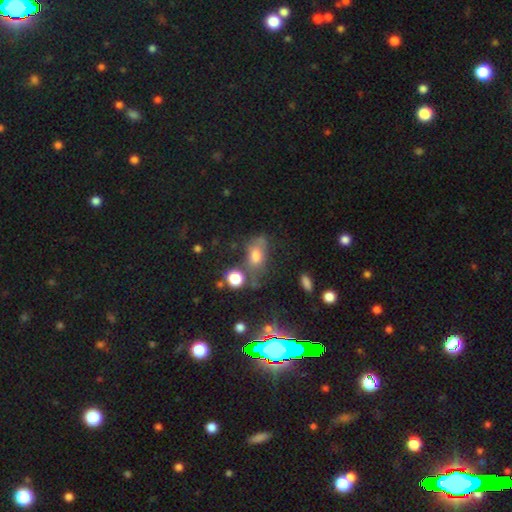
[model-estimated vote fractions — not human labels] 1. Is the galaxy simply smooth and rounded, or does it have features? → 64% smooth, 21% featured or disk, 15% star or artifact.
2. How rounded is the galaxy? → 80% in between, 15% round, 5% cigar-shaped.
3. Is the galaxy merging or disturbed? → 39% none, 24% minor disturbance, 19% merger, 18% major disturbance.